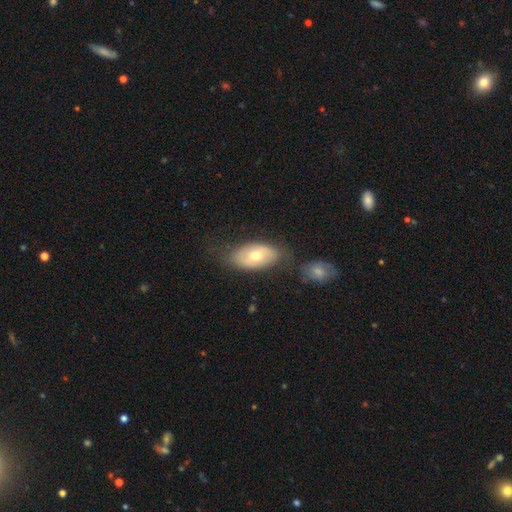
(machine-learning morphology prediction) Smooth or featured? Predicted: smooth (p=0.60). How rounded? Predicted: in between (p=0.91). Merging? Predicted: none (p=0.66).